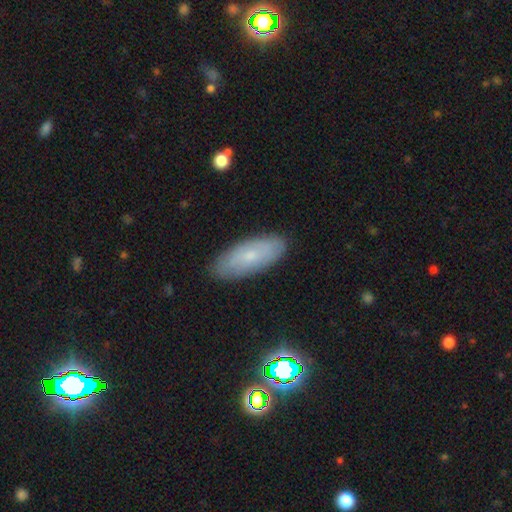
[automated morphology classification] Smooth or featured?
  - smooth: 59% *
  - featured or disk: 28%
  - star or artifact: 13%
How rounded?
  - in between: 77% *
  - cigar-shaped: 21%
  - round: 3%
Merging?
  - none: 87% *
  - minor disturbance: 10%
  - major disturbance: 2%
  - merger: 1%